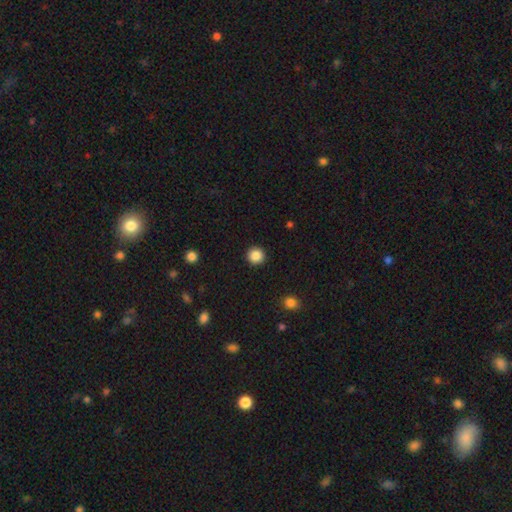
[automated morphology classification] A smooth galaxy with no disk features (86%) that is round (95%).

Vote fractions:
- Smooth or featured? smooth: 86% / star or artifact: 10% / featured or disk: 4%
- How rounded? round: 95% / in between: 4% / cigar-shaped: 1%
- Merging? none: 93% / minor disturbance: 4% / major disturbance: 2% / merger: 1%